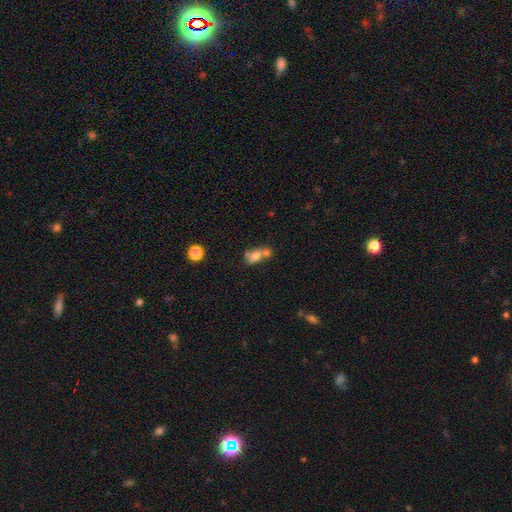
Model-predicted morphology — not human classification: The model was most divided on "merging": merger: 59%, none: 23%, minor disturbance: 10%, major disturbance: 7%. More confident: how rounded — in between (69%); smooth or featured — smooth (66%).